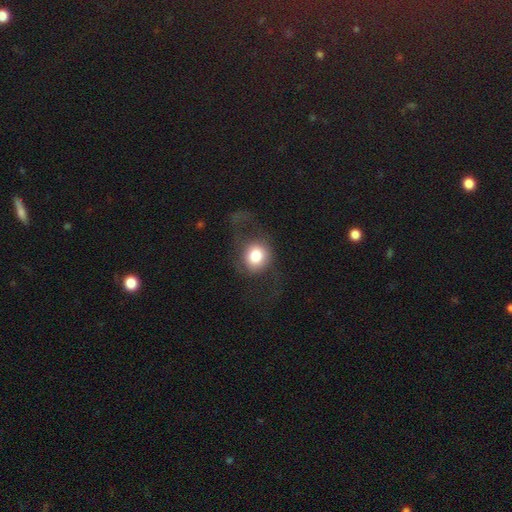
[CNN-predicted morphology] This appears to be a smooth galaxy with no disk features (70%) that is round (81%). Merging: none (48%).